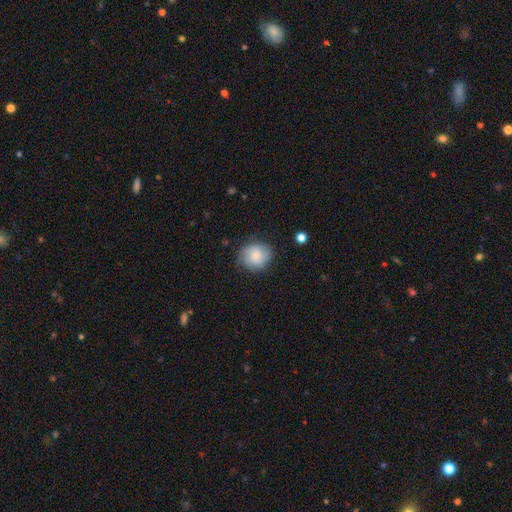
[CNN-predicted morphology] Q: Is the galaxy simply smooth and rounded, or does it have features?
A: smooth — 68%.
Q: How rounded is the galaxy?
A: round — 77%.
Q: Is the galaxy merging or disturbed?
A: none — 69%.